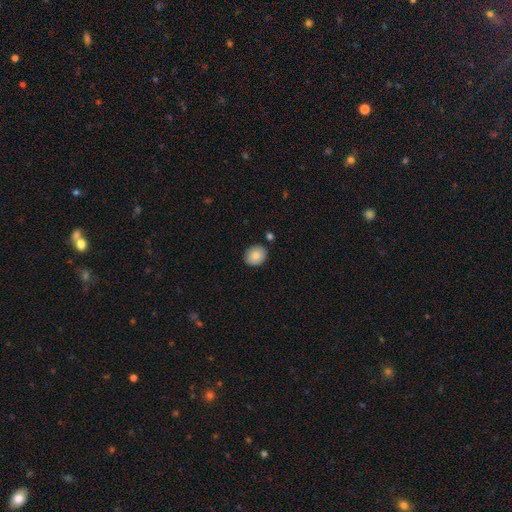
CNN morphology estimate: A smooth galaxy with no disk features (84%) that is round (71%). Merging: none (86%).